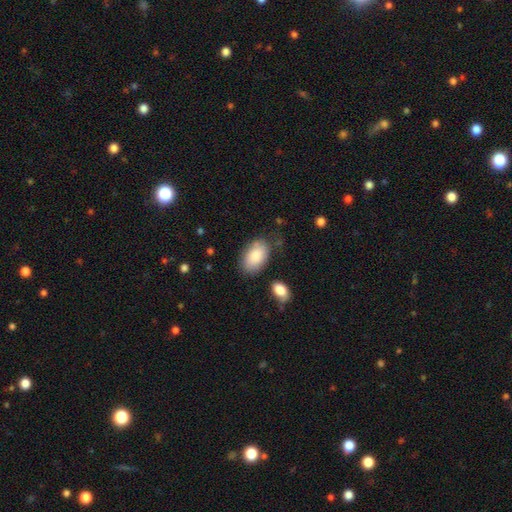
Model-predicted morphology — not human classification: Smooth or featured?
  - smooth: 85% *
  - featured or disk: 8%
  - star or artifact: 6%
How rounded?
  - in between: 93% *
  - round: 6%
  - cigar-shaped: 1%
Merging?
  - none: 72% *
  - minor disturbance: 18%
  - major disturbance: 5%
  - merger: 5%